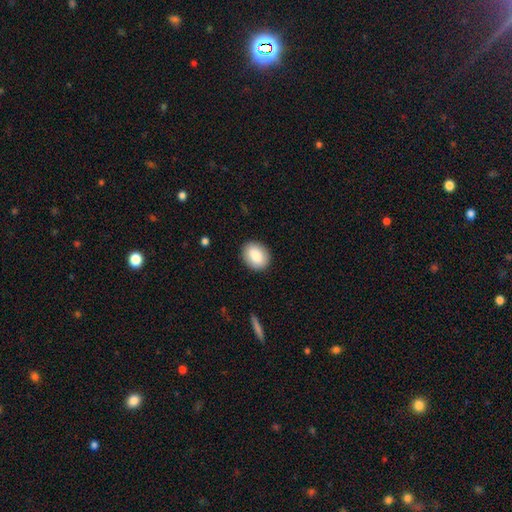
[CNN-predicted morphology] Smooth or featured? smooth (87%)
How rounded? in between (56%)
Merging? none (89%)